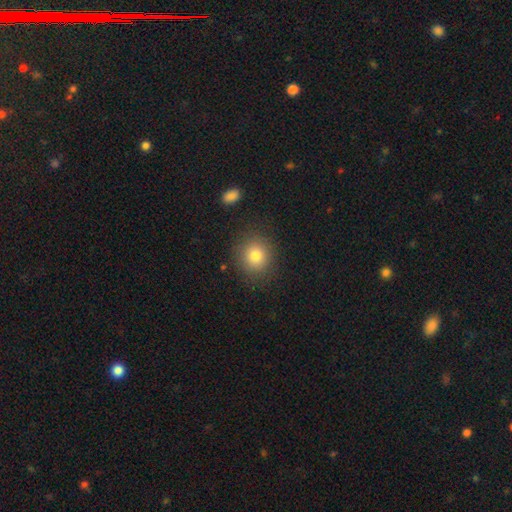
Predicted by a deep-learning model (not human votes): This is likely a smooth galaxy (80%). How rounded: clearly round (88%). Merging: clearly none (87%).